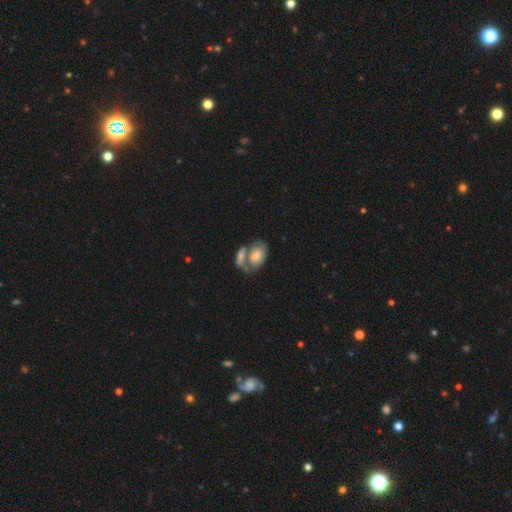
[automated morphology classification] smooth-or-featured: smooth: 63% | featured or disk: 29% | star or artifact: 8%
  how-rounded: in between: 87% | round: 11% | cigar-shaped: 2%
  merging: merger: 51% | none: 30% | minor disturbance: 12% | major disturbance: 8%